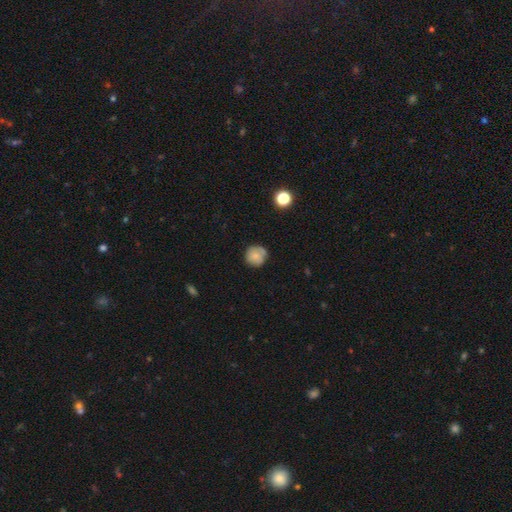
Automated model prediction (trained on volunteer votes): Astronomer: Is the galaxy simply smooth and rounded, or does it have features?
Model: smooth — 71%.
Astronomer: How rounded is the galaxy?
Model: round — 90%.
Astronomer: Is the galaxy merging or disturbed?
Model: none — 69%.